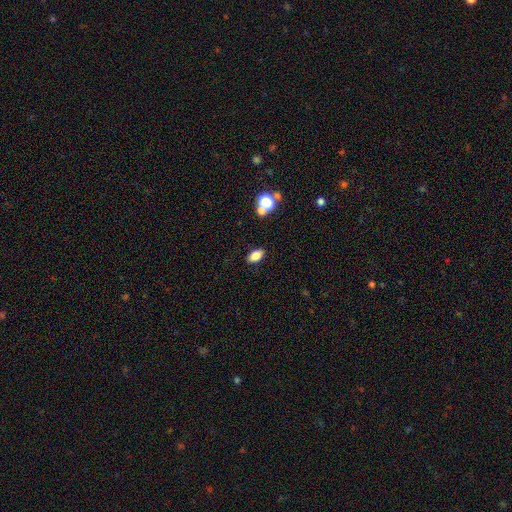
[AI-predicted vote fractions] Morphology: type=smooth (81%); roundness=in between (89%); merging=none (86%).